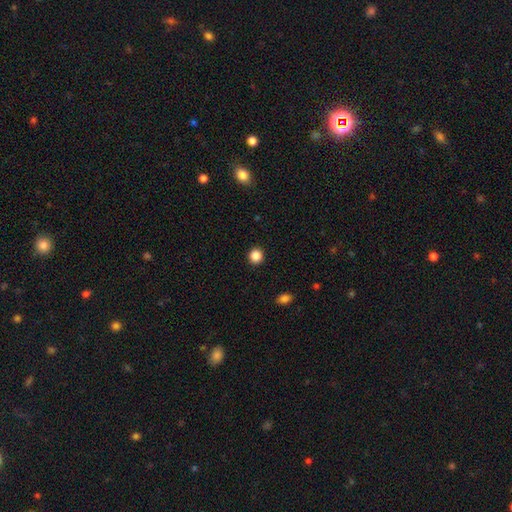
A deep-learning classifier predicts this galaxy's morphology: A smooth galaxy with no disk features (87%) that is round (91%). Merging: none (93%).